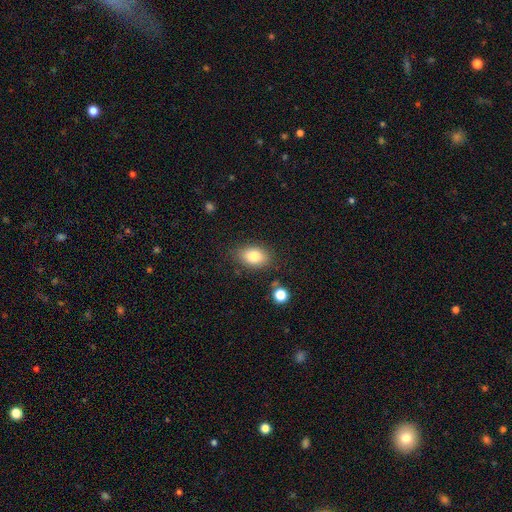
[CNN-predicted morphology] This appears to be a smooth galaxy with no disk features (80%) that is in between round and cigar-shaped (84%). Merging: none (81%).